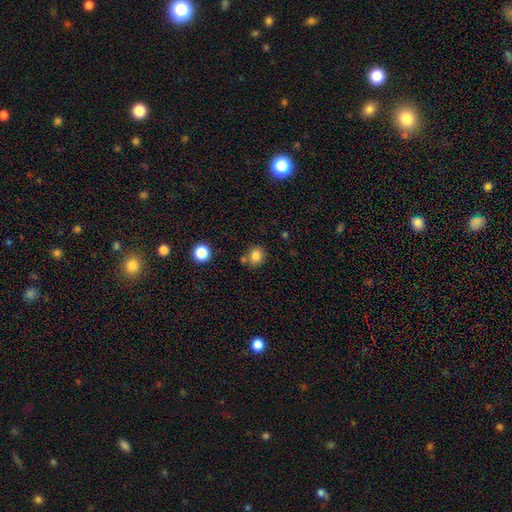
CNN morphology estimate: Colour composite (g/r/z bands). It shows a smooth galaxy with no disk features (82%) that is round (83%). Merging: none (74%).